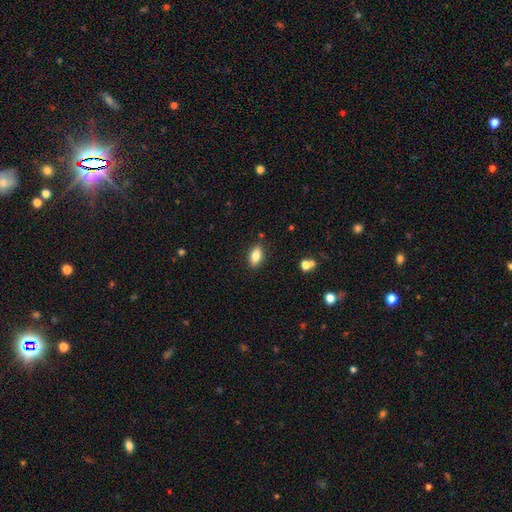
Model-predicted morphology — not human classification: A smooth galaxy with no disk features (82%) that is in between round and cigar-shaped (88%).

Vote fractions:
- Smooth or featured? smooth: 82% / featured or disk: 10% / star or artifact: 8%
- How rounded? in between: 88% / cigar-shaped: 7% / round: 5%
- Merging? none: 86% / minor disturbance: 10% / major disturbance: 2% / merger: 2%